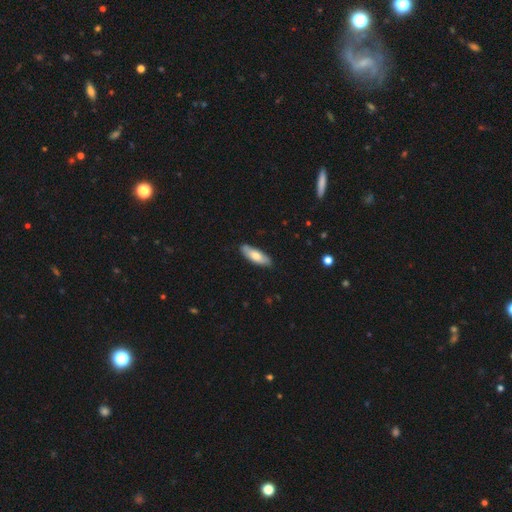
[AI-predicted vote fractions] A smooth galaxy with no disk features (69%) that is in between round and cigar-shaped (63%). Merging: none (84%).